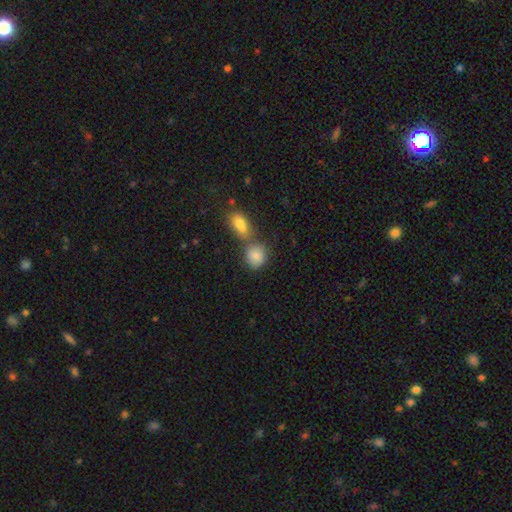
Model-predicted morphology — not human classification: Smooth or featured?
  - smooth: 82% *
  - star or artifact: 10%
  - featured or disk: 8%
How rounded?
  - round: 67% *
  - in between: 32%
  - cigar-shaped: 2%
Merging?
  - none: 52% *
  - merger: 33%
  - minor disturbance: 11%
  - major disturbance: 4%